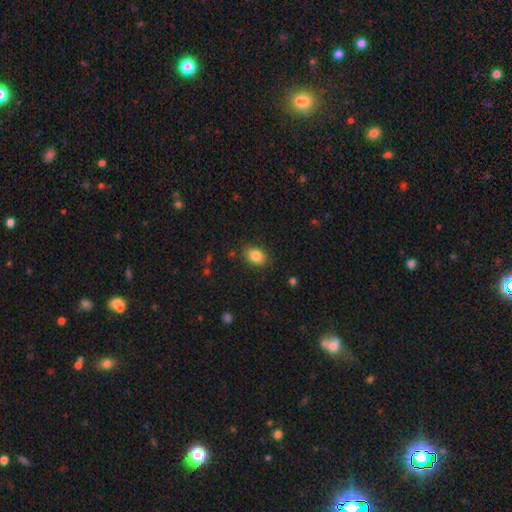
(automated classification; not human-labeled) Smooth or featured? Predicted: smooth (p=0.85). How rounded? Predicted: in between (p=0.80). Merging? Predicted: none (p=0.85).